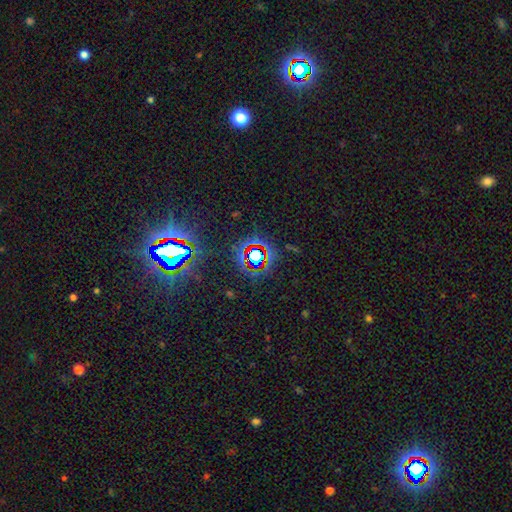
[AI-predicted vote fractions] A star or artifact, not a galaxy (74%).

Vote fractions:
- Smooth or featured? star or artifact: 74% / smooth: 15% / featured or disk: 11%